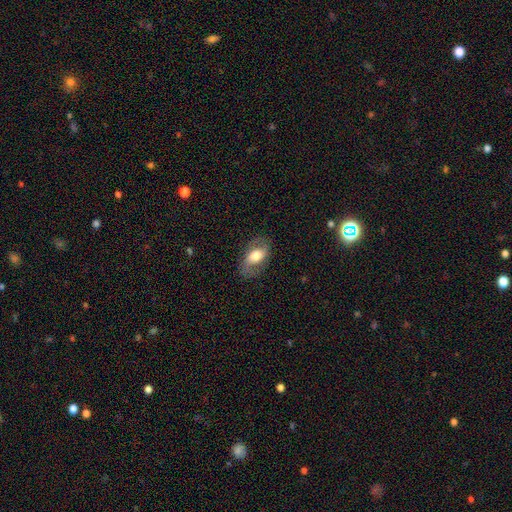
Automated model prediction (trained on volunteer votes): The model was most divided on "smooth or featured": featured or disk: 51%, smooth: 42%, star or artifact: 7%. More confident: edge-on disk — no (89%); merging — none (75%).